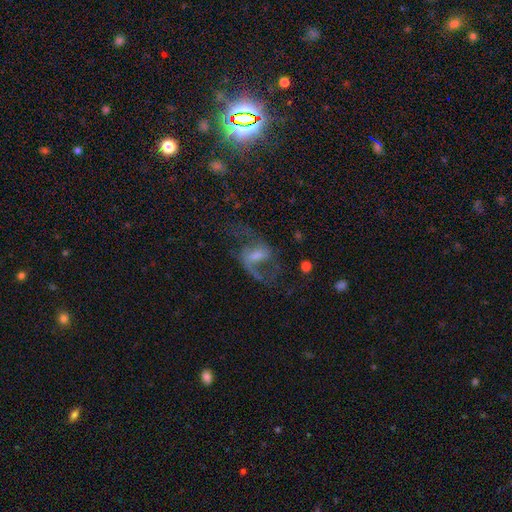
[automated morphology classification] Q: Smooth or featured?
A: featured or disk (77%); runner-up: smooth (12%)
Q: Edge-on disk?
A: no (97%); runner-up: yes (3%)
Q: Bar?
A: weak (52%); runner-up: no (26%)
Q: Spiral arms?
A: yes (89%); runner-up: no (11%)
Q: Spiral winding?
A: loose (58%); runner-up: medium (35%)
Q: Spiral arm count?
A: 2 (82%); runner-up: 1 (9%)
Q: Bulge size?
A: moderate (40%); runner-up: small (38%)
Q: Merging?
A: none (53%); runner-up: major disturbance (27%)